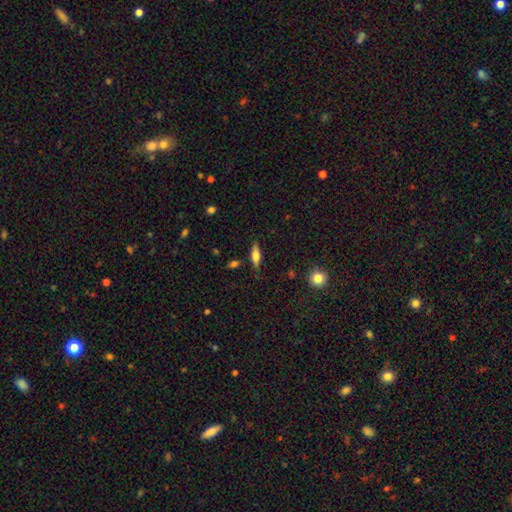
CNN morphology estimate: Smooth or featured? Predicted: smooth (p=0.48). Merging? Predicted: none (p=0.82).